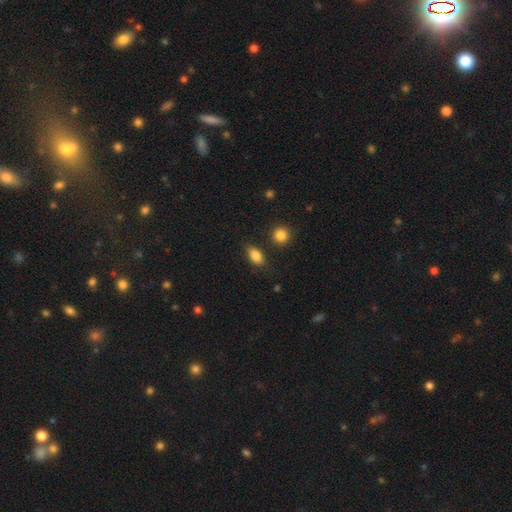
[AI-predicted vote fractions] Morphology: type=smooth (84%); roundness=in between (85%); merging=none (81%).